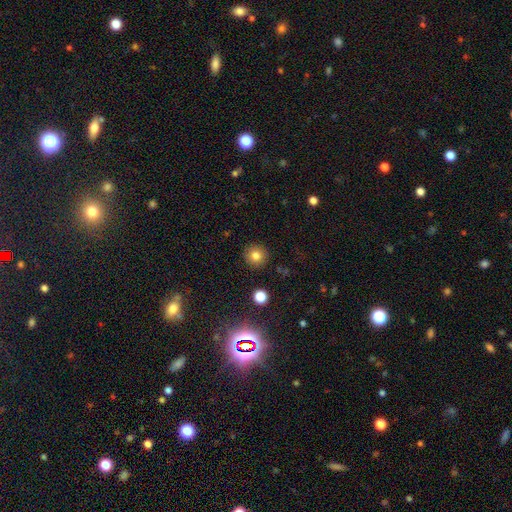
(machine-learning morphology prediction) Smooth or featured? Predicted: smooth (p=0.79). How rounded? Predicted: round (p=0.94). Merging? Predicted: none (p=0.91).